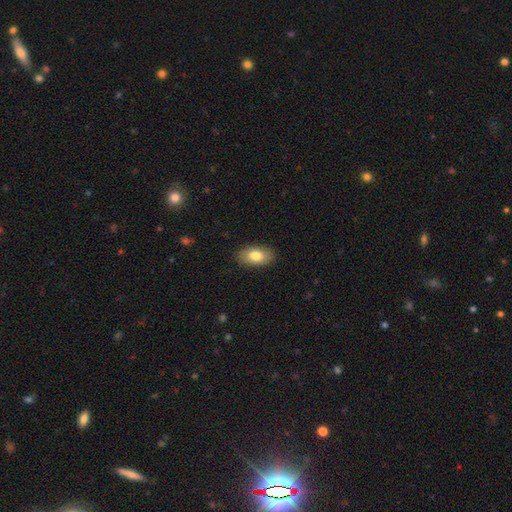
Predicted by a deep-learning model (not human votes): Overall: smooth (80%). How rounded: in between (93%). Merging: none (88%).